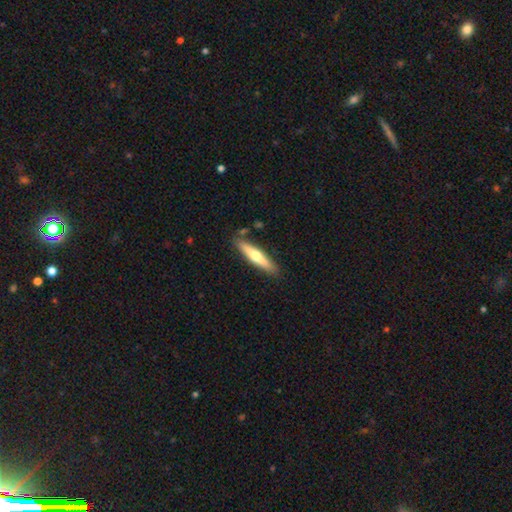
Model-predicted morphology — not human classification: smooth 48%, featured or disk 47%, star or artifact 5%. Down the decision tree: merging — none (86%).